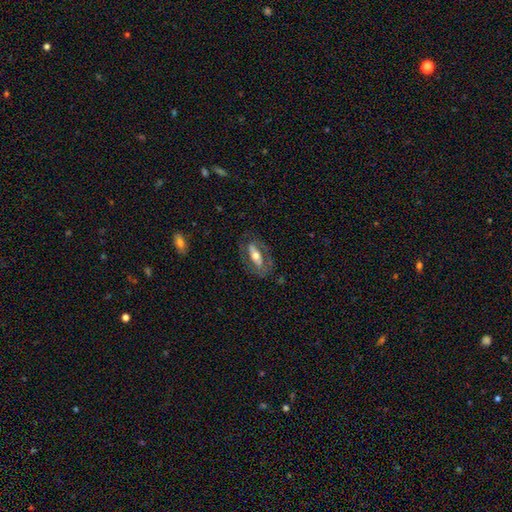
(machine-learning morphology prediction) type=featured or disk (56%); edge-on=no (77%); merging=none (69%).